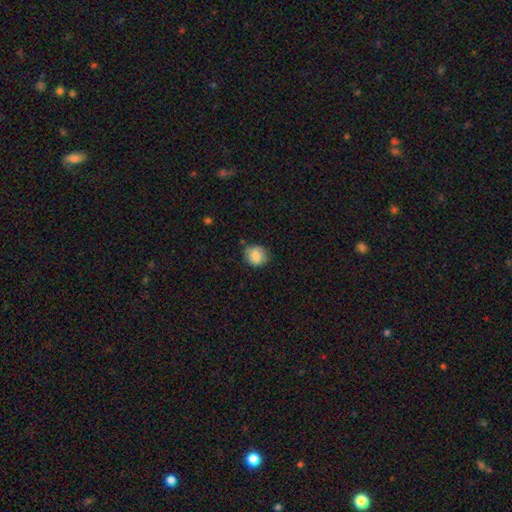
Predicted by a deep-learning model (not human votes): smooth-or-featured: smooth: 84% | star or artifact: 8% | featured or disk: 7%
  how-rounded: round: 77% | in between: 22% | cigar-shaped: 1%
  merging: none: 73% | minor disturbance: 21% | major disturbance: 4% | merger: 2%